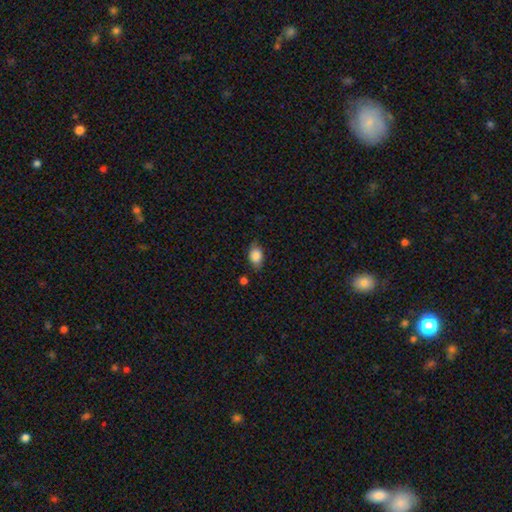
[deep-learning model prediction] This is clearly a smooth galaxy (85%). How rounded: likely in between (79%). Merging: likely none (70%).